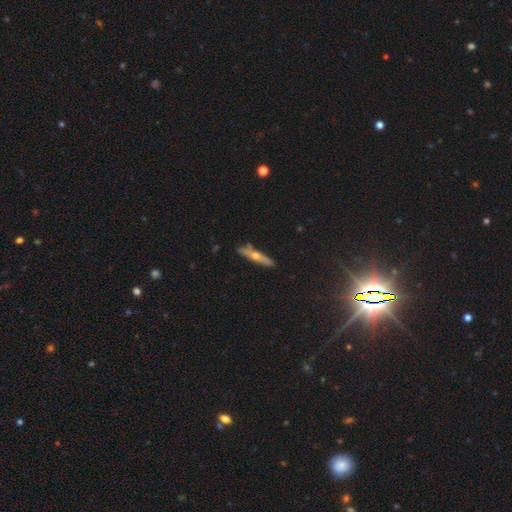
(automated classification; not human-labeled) This appears to be a featured or disk galaxy (50%) viewed edge-on (89%). Merging: none (85%).